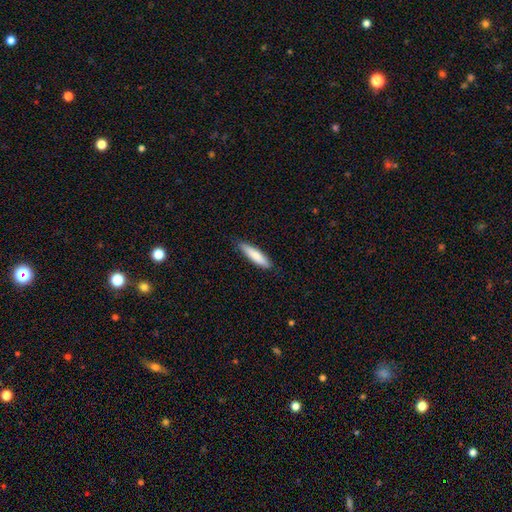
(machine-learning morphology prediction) smooth-or-featured: smooth: 81% | featured or disk: 14% | star or artifact: 5%
  how-rounded: cigar-shaped: 77% | in between: 21% | round: 1%
  merging: none: 86% | minor disturbance: 12% | major disturbance: 2% | merger: 1%